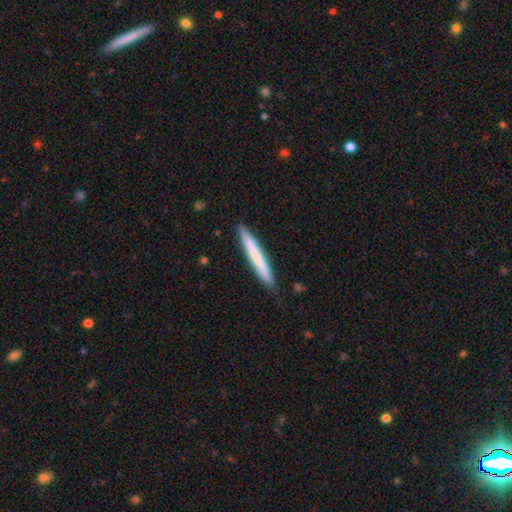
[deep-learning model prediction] smooth 67%, featured or disk 27%, star or artifact 5%. Down the decision tree: how rounded — cigar-shaped (96%); merging — none (86%).